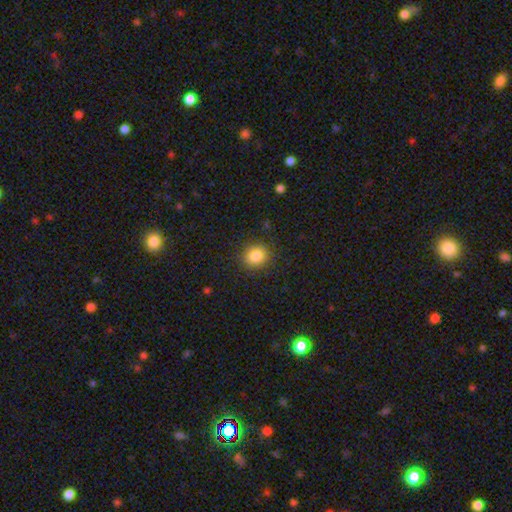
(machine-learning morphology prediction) smooth-or-featured: smooth: 84% | star or artifact: 11% | featured or disk: 5%
  how-rounded: round: 77% | in between: 22% | cigar-shaped: 1%
  merging: none: 88% | minor disturbance: 8% | major disturbance: 3% | merger: 1%